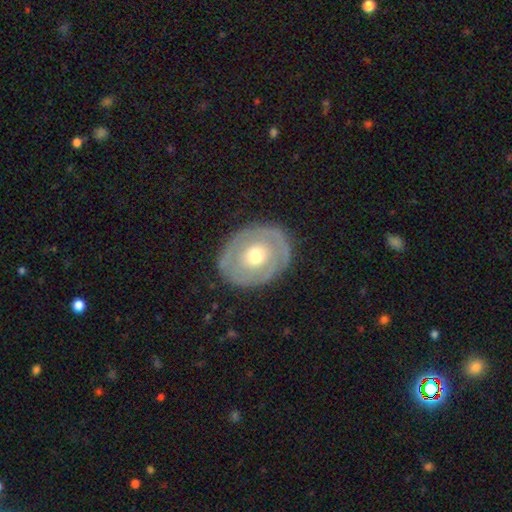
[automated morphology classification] smooth_or_featured: featured or disk (p=0.59) [alt: smooth p=0.36]
disk_edge_on: no (p=0.94) [alt: yes p=0.06]
bar: no (p=0.82) [alt: weak p=0.13]
has_spiral_arms: no (p=0.65) [alt: yes p=0.35]
bulge_size: moderate (p=0.70) [alt: small p=0.18]
merging: none (p=0.80) [alt: minor disturbance p=0.13]